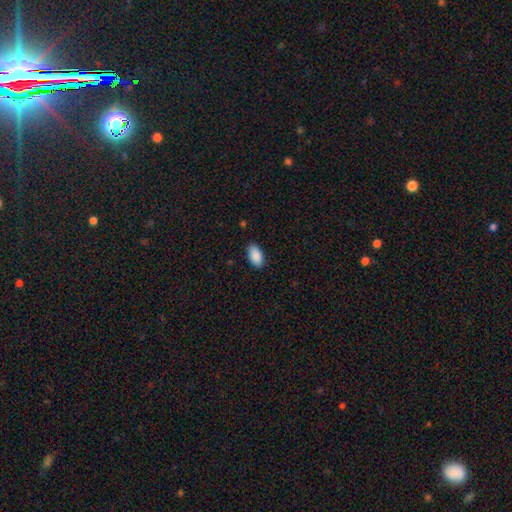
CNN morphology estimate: This is clearly a smooth galaxy (90%). How rounded: clearly in between (95%). Merging: clearly none (87%).